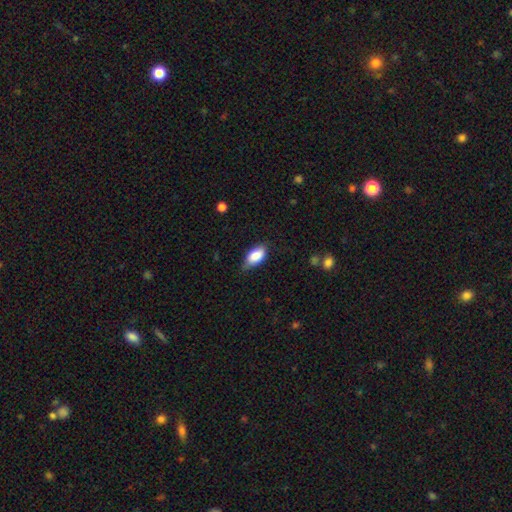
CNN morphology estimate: Smooth or featured? smooth (84%)
How rounded? in between (91%)
Merging? none (65%)